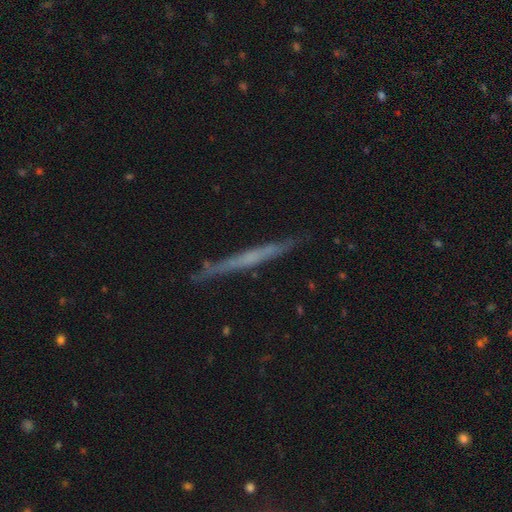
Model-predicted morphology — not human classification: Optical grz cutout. It shows a featured or disk galaxy (59%) viewed edge-on (96%) with no central bulge (79%). Merging: none (86%).